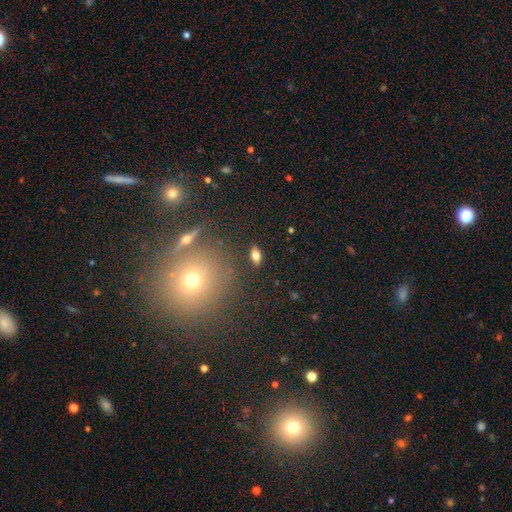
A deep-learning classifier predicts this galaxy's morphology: Smooth or featured?
  - smooth: 74% *
  - featured or disk: 15%
  - star or artifact: 11%
How rounded?
  - in between: 86% *
  - round: 7%
  - cigar-shaped: 7%
Merging?
  - none: 85% *
  - minor disturbance: 9%
  - merger: 3%
  - major disturbance: 3%